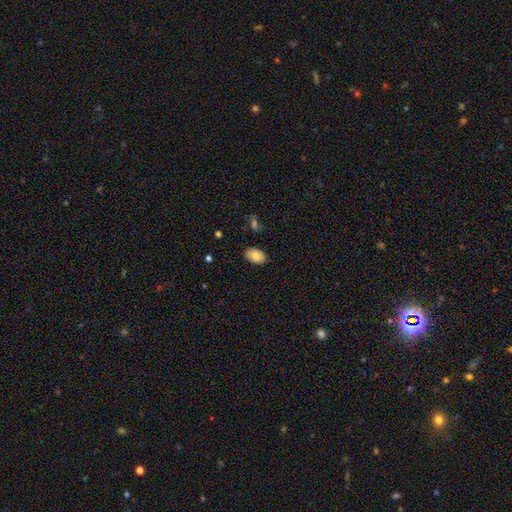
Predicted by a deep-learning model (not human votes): smooth 82%, featured or disk 10%, star or artifact 8%. Down the decision tree: how rounded — in between (88%); merging — none (84%).